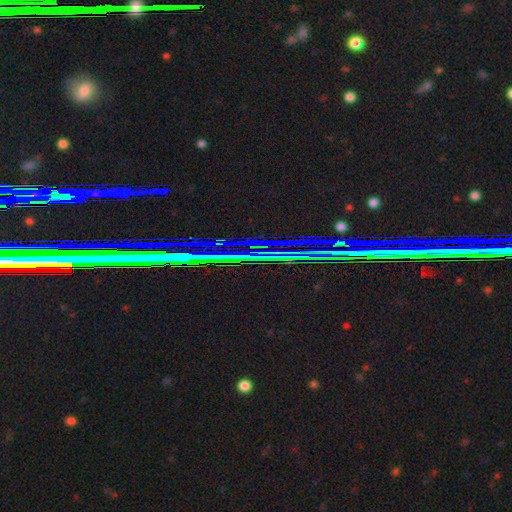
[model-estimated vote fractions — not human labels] Smooth or featured? star or artifact (84%)